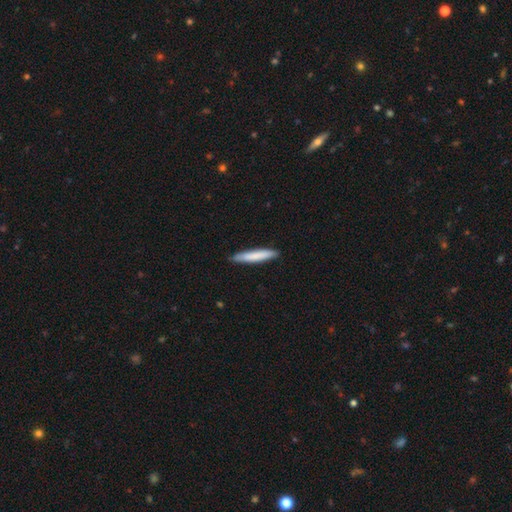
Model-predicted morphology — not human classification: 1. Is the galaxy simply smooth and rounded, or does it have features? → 78% smooth, 17% featured or disk, 5% star or artifact.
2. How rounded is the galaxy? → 93% cigar-shaped, 6% in between, 1% round.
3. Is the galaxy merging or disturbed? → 86% none, 11% minor disturbance, 2% major disturbance, 1% merger.